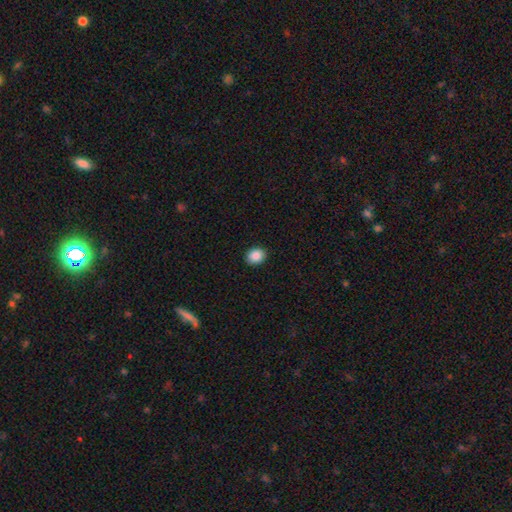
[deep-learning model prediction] Q: Smooth or featured?
A: smooth (88%); runner-up: star or artifact (8%)
Q: How rounded?
A: round (57%); runner-up: in between (42%)
Q: Merging?
A: none (92%); runner-up: minor disturbance (6%)